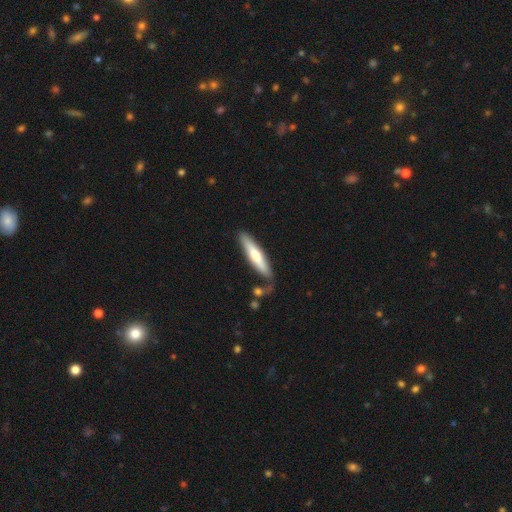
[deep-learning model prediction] A smooth galaxy with no disk features (60%) that is cigar-shaped (85%). Merging: none (70%).